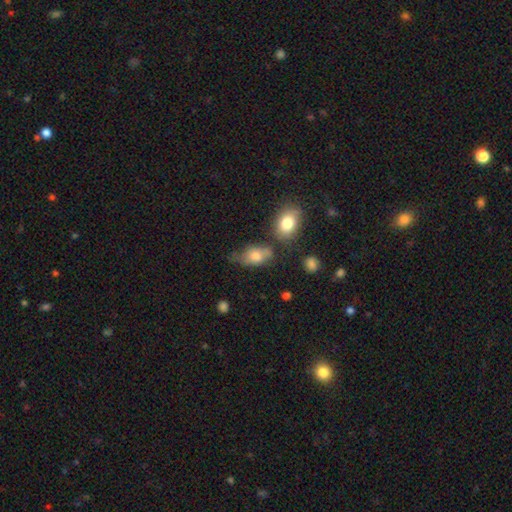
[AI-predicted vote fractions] Morphology: type=smooth (75%); roundness=in between (86%); merging=none (45%).